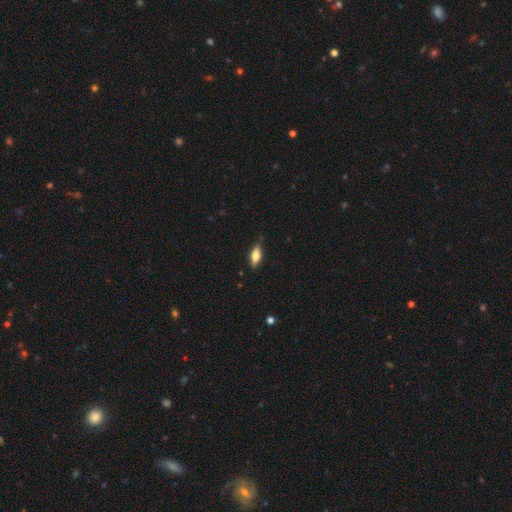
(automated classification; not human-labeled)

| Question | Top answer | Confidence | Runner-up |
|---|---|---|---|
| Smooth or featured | smooth | 63% | featured or disk (30%) |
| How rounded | in between | 66% | cigar-shaped (31%) |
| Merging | none | 81% | minor disturbance (15%) |